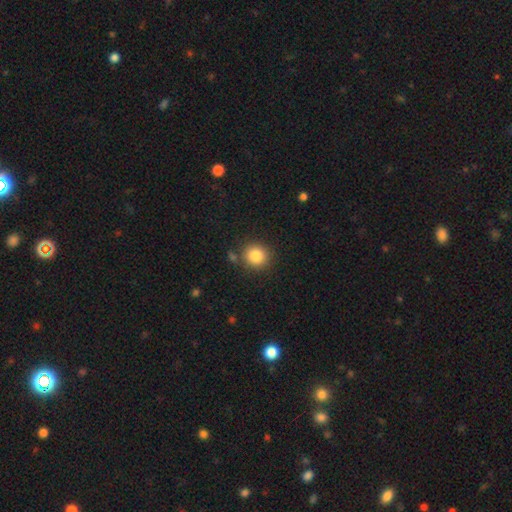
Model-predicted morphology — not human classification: Q: Smooth or featured?
A: smooth (85%); runner-up: star or artifact (10%)
Q: How rounded?
A: round (89%); runner-up: in between (10%)
Q: Merging?
A: none (82%); runner-up: minor disturbance (9%)